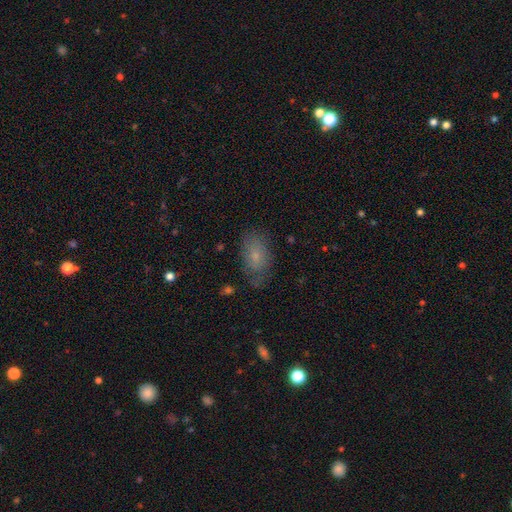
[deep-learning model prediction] A smooth galaxy with no disk features (67%) that is in between round and cigar-shaped (89%).

Vote fractions:
- Smooth or featured? smooth: 67% / featured or disk: 22% / star or artifact: 11%
- How rounded? in between: 89% / round: 8% / cigar-shaped: 2%
- Merging? none: 68% / minor disturbance: 22% / major disturbance: 8% / merger: 2%